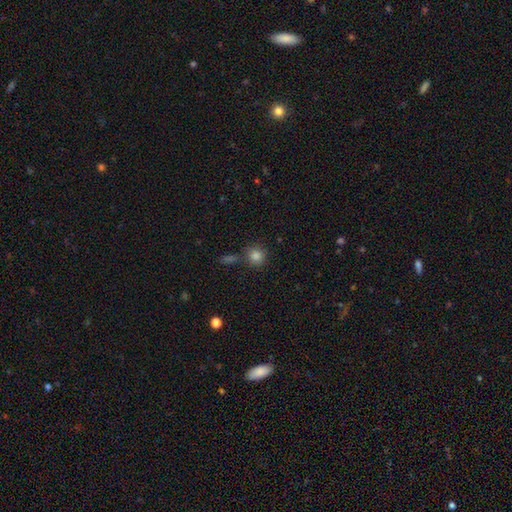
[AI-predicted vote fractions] Smooth or featured: smooth — 83% (star or artifact — 12%)
How rounded: round — 90% (in between — 8%)
Merging: none — 75% (merger — 11%)